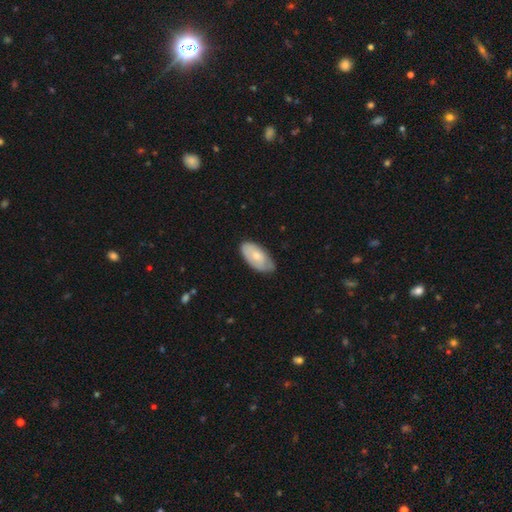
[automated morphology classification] smooth_or_featured: smooth (p=0.68) [alt: featured or disk p=0.26]
how_rounded: in between (p=0.94) [alt: cigar-shaped p=0.03]
merging: none (p=0.68) [alt: minor disturbance p=0.27]